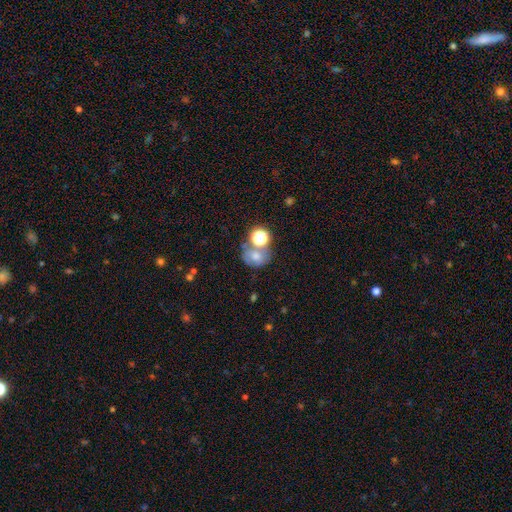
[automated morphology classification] The model was most divided on "merging": none: 43%, merger: 34%, minor disturbance: 14%, major disturbance: 9%. More confident: how rounded — round (58%); smooth or featured — smooth (57%).